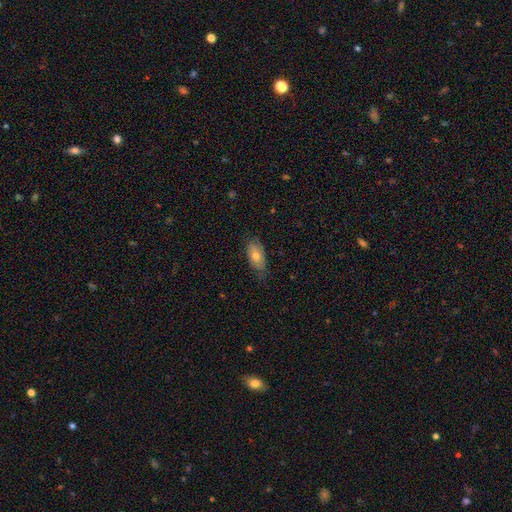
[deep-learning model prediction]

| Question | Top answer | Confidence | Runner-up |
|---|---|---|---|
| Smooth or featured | smooth | 60% | featured or disk (32%) |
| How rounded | in between | 87% | cigar-shaped (8%) |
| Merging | none | 71% | minor disturbance (23%) |